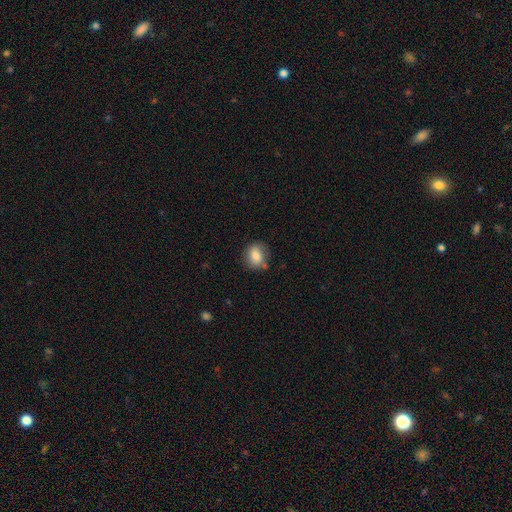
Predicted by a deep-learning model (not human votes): Overall: smooth (82%). How rounded: round (56%; in between 43%). Merging: none (72%).